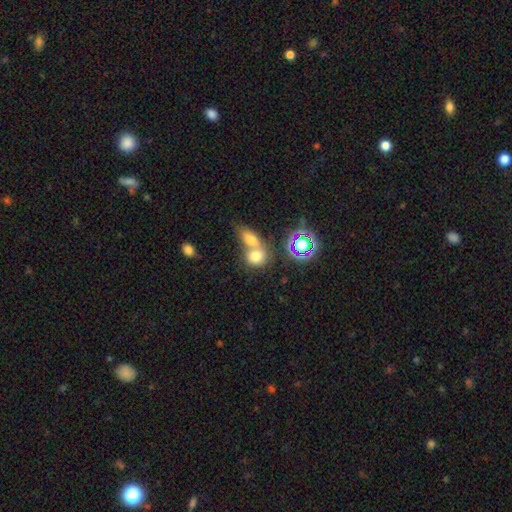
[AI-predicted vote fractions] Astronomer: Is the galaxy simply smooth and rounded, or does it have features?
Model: smooth — 71%.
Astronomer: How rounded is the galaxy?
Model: round — 56% (runner-up: in between, 41%).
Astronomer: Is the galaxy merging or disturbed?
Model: merger — 58%.